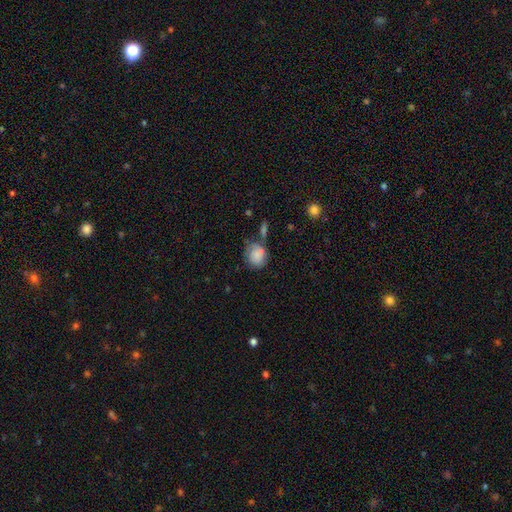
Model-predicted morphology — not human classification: Smooth or featured? Predicted: smooth (p=0.79). How rounded? Predicted: round (p=0.69). Merging? Predicted: none (p=0.50).